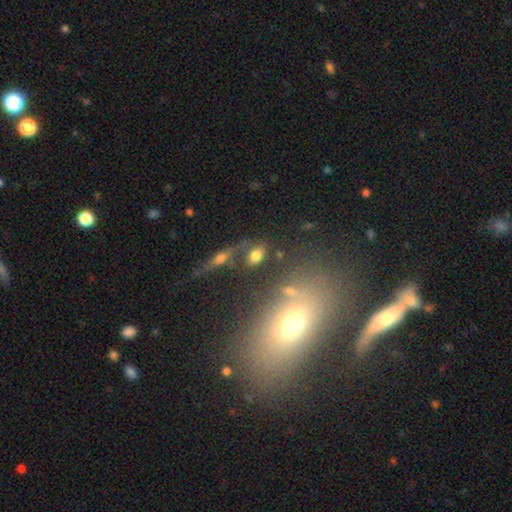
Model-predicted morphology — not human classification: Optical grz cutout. It shows a smooth galaxy with no disk features (73%) that is in between round and cigar-shaped (78%). Merging: none (62%).